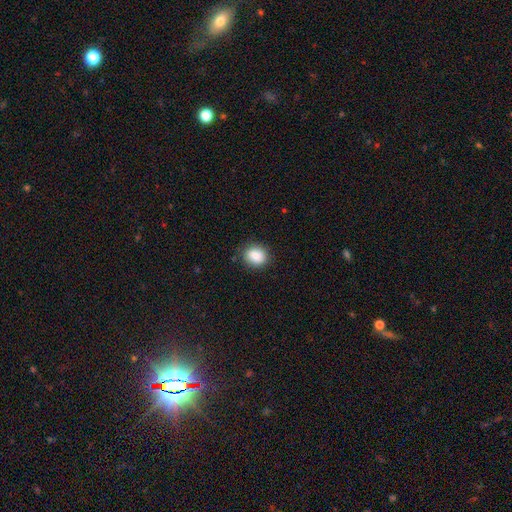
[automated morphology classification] Overall: smooth (86%). How rounded: round (65%; in between 34%). Merging: none (86%).